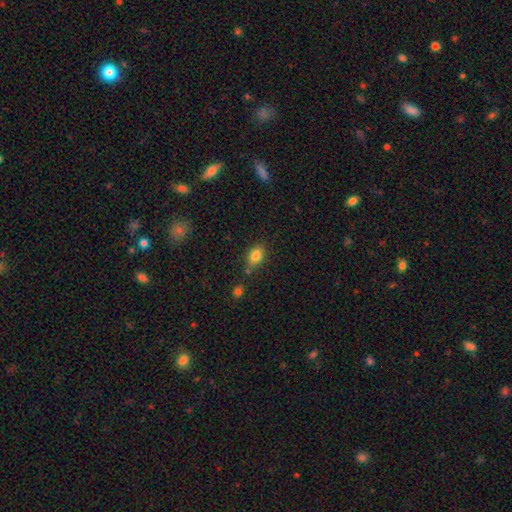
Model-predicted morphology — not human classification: A smooth galaxy with no disk features (83%) that is in between round and cigar-shaped (78%). Merging: none (71%).